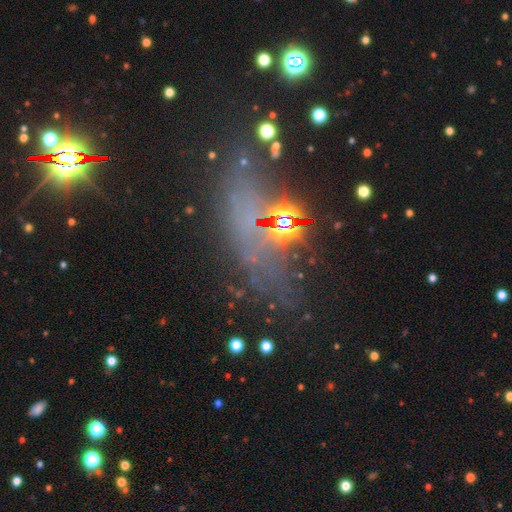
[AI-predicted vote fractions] This is possibly a star or artifact rather than a galaxy (46%).